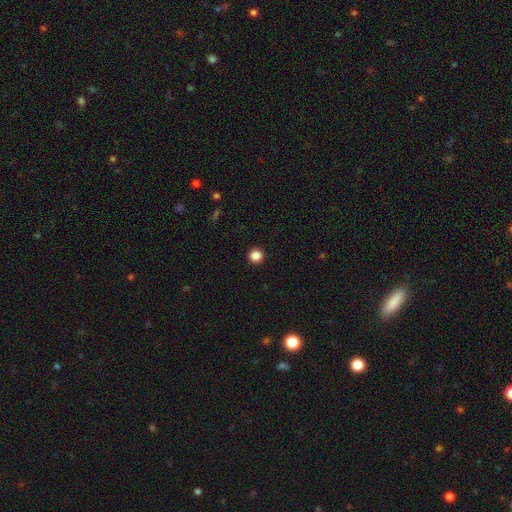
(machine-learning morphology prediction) Smooth or featured?
  - smooth: 87% *
  - star or artifact: 11%
  - featured or disk: 3%
How rounded?
  - round: 96% *
  - in between: 3%
  - cigar-shaped: 1%
Merging?
  - none: 94% *
  - minor disturbance: 4%
  - major disturbance: 1%
  - merger: 1%